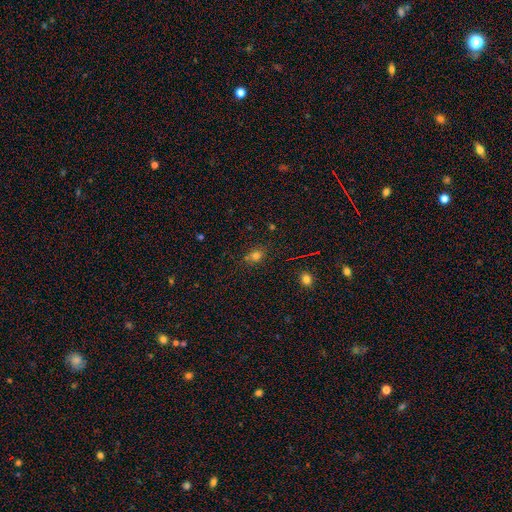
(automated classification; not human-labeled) Smooth or featured?
  - smooth: 70% *
  - star or artifact: 22%
  - featured or disk: 9%
How rounded?
  - round: 63% *
  - in between: 35%
  - cigar-shaped: 2%
Merging?
  - none: 67% *
  - minor disturbance: 15%
  - merger: 13%
  - major disturbance: 5%